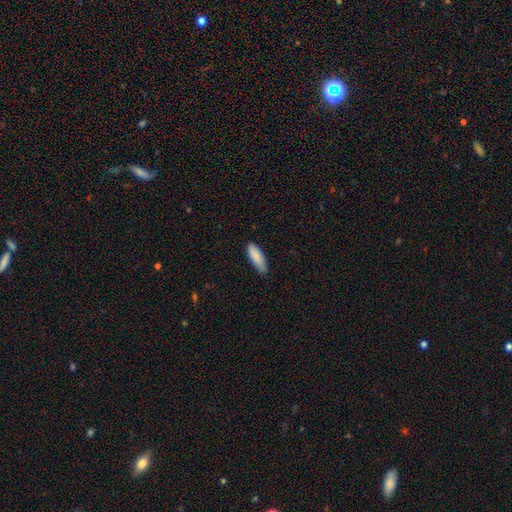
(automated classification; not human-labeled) A smooth galaxy with no disk features (87%) that is in between round and cigar-shaped (56%).

Vote fractions:
- Smooth or featured? smooth: 87% / featured or disk: 7% / star or artifact: 6%
- How rounded? in between: 56% / cigar-shaped: 42% / round: 2%
- Merging? none: 69% / minor disturbance: 27% / major disturbance: 3% / merger: 1%